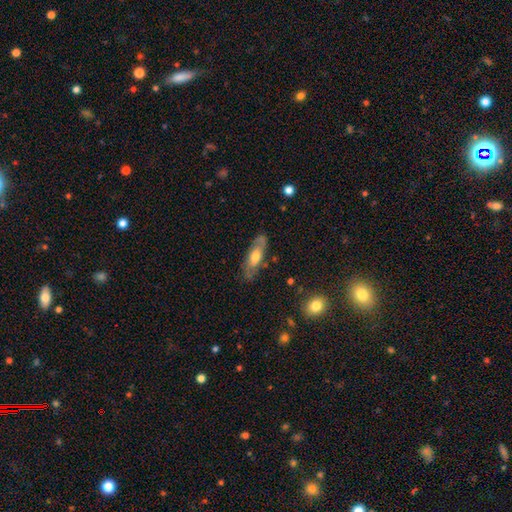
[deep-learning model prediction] Overall: smooth (48%; featured or disk 45%). Merging: none (77%).